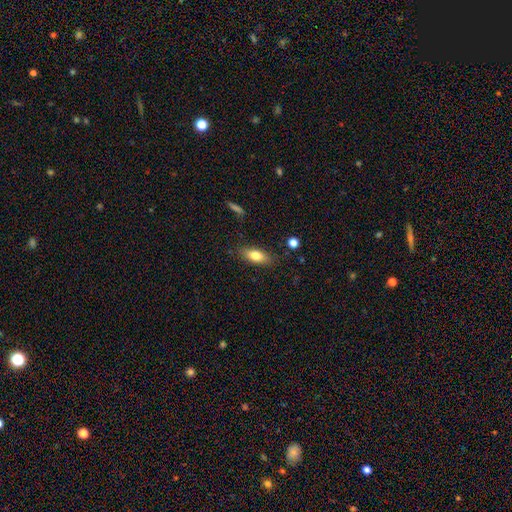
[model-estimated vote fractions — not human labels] This is likely a smooth galaxy (78%). How rounded: likely in between (78%). Merging: clearly none (83%).